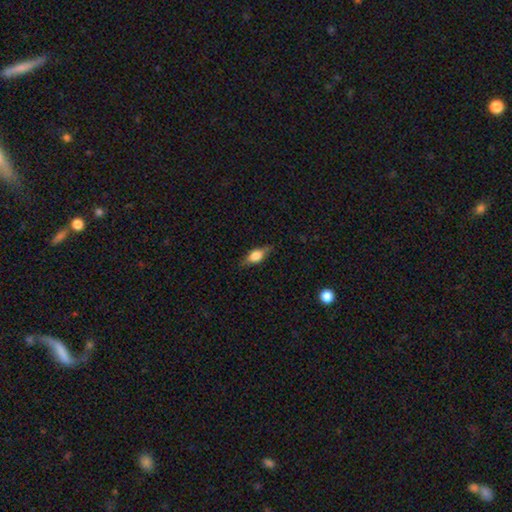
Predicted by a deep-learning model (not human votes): Morphology: type=smooth (57%); roundness=in between (70%); merging=none (79%).